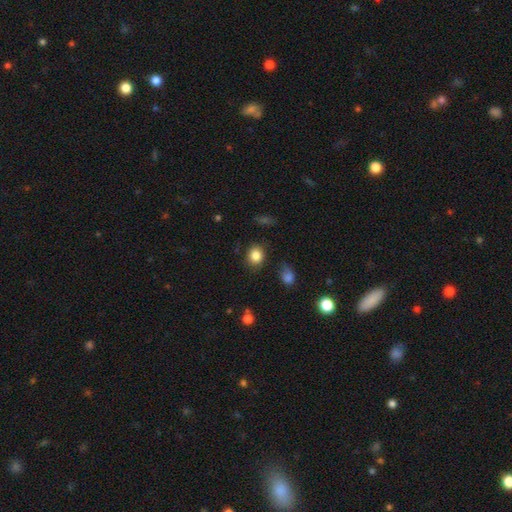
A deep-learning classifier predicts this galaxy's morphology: smooth_or_featured: smooth (p=0.84) [alt: star or artifact p=0.10]
how_rounded: round (p=0.69) [alt: in between p=0.30]
merging: none (p=0.82) [alt: minor disturbance p=0.13]